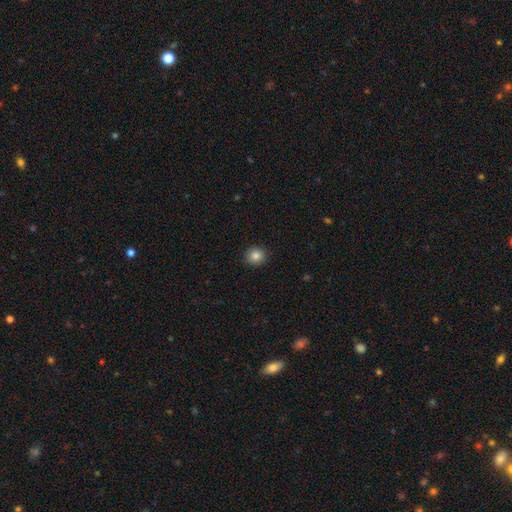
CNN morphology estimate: Overall: smooth (85%). How rounded: round (90%). Merging: none (92%).